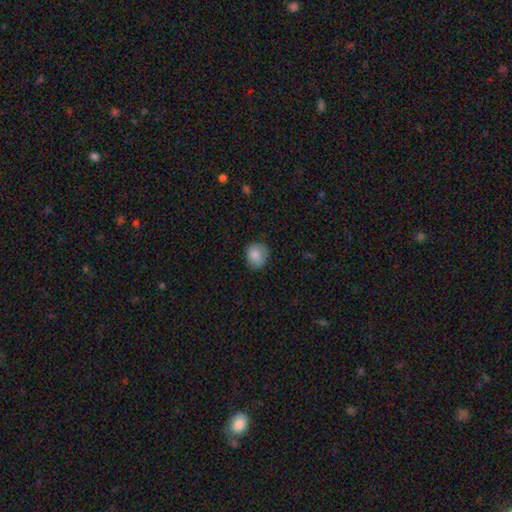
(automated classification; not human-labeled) The model was most divided on "merging": none: 74%, minor disturbance: 20%, major disturbance: 5%, merger: 1%. More confident: smooth or featured — smooth (83%); how rounded — round (77%).